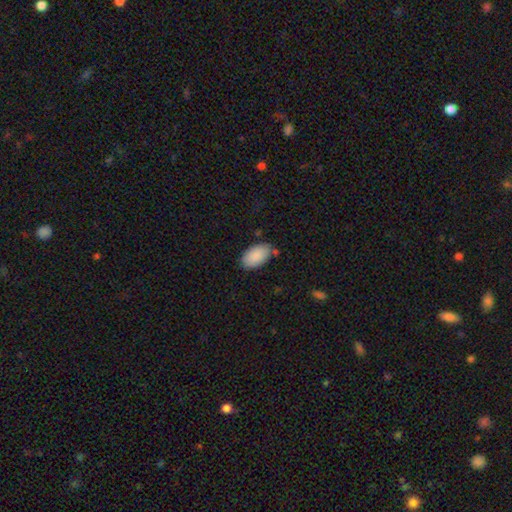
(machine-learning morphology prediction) Overall: smooth (90%). How rounded: in between (95%). Merging: none (77%).